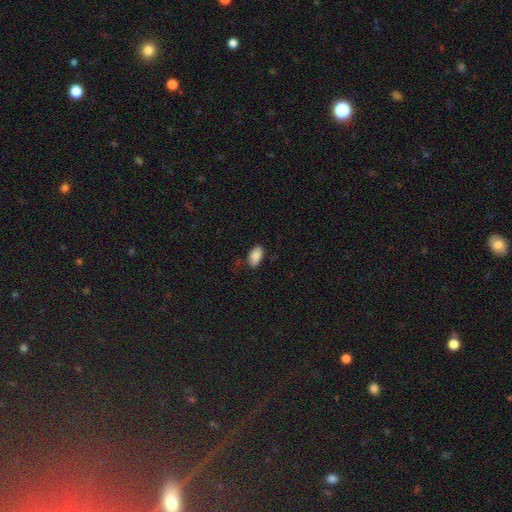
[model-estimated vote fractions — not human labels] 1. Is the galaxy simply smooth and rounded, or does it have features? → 88% smooth, 7% star or artifact, 4% featured or disk.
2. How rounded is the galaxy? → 94% in between, 3% round, 2% cigar-shaped.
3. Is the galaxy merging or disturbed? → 82% none, 14% minor disturbance, 3% major disturbance, 1% merger.